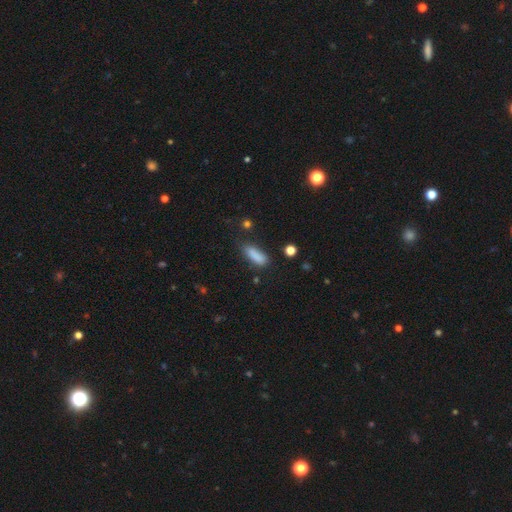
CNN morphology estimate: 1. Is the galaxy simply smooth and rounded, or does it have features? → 85% smooth, 8% star or artifact, 6% featured or disk.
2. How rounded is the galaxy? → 55% in between, 43% cigar-shaped, 2% round.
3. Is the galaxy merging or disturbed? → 68% none, 22% minor disturbance, 6% major disturbance, 3% merger.